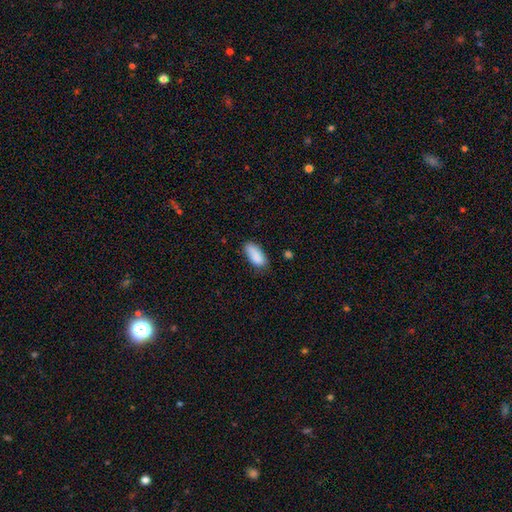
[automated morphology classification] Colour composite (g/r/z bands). It shows a smooth galaxy with no disk features (88%) that is in between round and cigar-shaped (86%). Merging: none (74%).